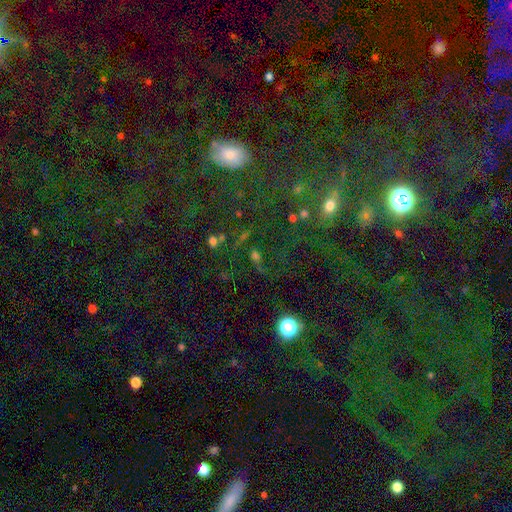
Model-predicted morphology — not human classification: smooth_or_featured: star or artifact (p=0.49) [alt: smooth p=0.29]